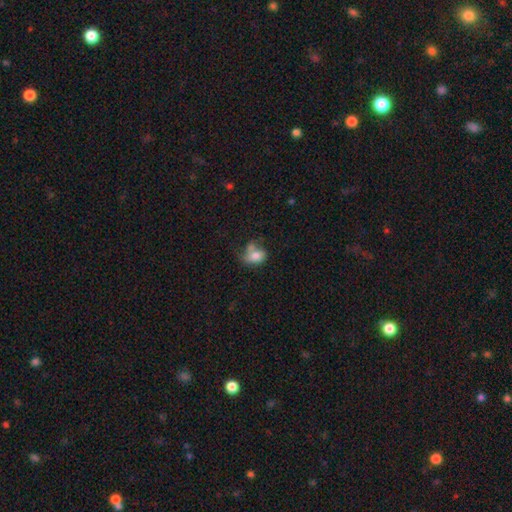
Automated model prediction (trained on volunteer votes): smooth-or-featured: smooth: 71% | featured or disk: 19% | star or artifact: 10%
  how-rounded: in between: 67% | round: 32% | cigar-shaped: 1%
  merging: none: 33% | merger: 28% | minor disturbance: 23% | major disturbance: 17%